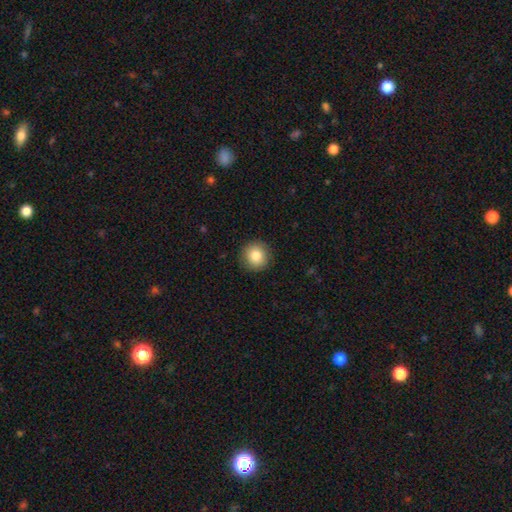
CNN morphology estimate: The model was most divided on "smooth or featured": smooth: 84%, star or artifact: 9%, featured or disk: 7%. More confident: how rounded — round (94%); merging — none (91%).